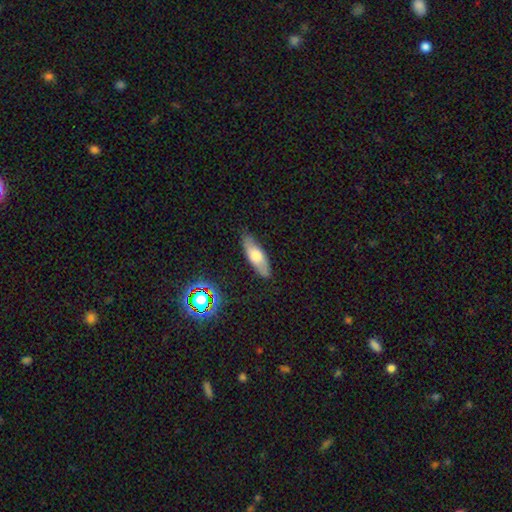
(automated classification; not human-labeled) smooth-or-featured: smooth: 64% | featured or disk: 29% | star or artifact: 7%
  how-rounded: in between: 54% | cigar-shaped: 43% | round: 2%
  merging: none: 85% | minor disturbance: 11% | major disturbance: 2% | merger: 1%